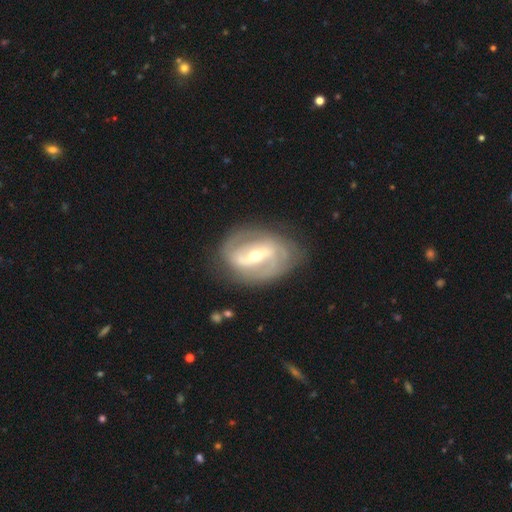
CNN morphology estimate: A featured or disk galaxy (84%) with a strong bar (50%), 2 (72%) medium (41%) spiral arms (89%) and a moderate central bulge (54%). Merging: none (75%).